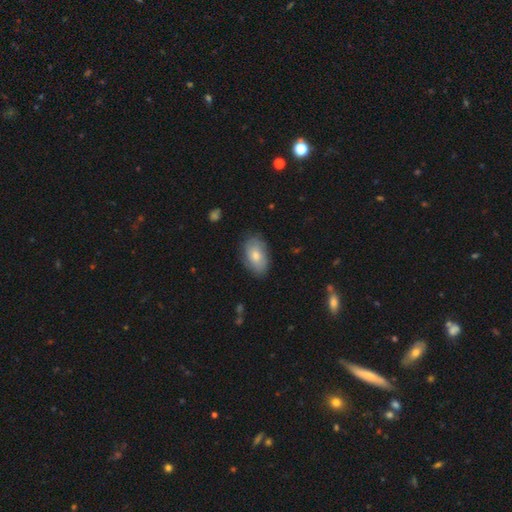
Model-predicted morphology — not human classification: A smooth galaxy with no disk features (73%) that is in between round and cigar-shaped (92%).

Vote fractions:
- Smooth or featured? smooth: 73% / featured or disk: 21% / star or artifact: 6%
- How rounded? in between: 92% / round: 7% / cigar-shaped: 2%
- Merging? none: 79% / minor disturbance: 16% / major disturbance: 3% / merger: 1%